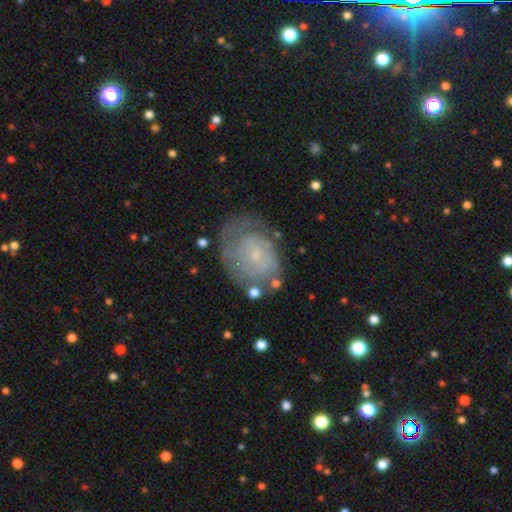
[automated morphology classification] Smooth or featured: featured or disk — 65% (smooth — 27%)
Edge-on disk: no — 97% (yes — 3%)
Bar: no — 76% (weak — 21%)
Spiral arms: yes — 78% (no — 22%)
Bulge size: small — 78% (moderate — 13%)
Merging: none — 56% (minor disturbance — 25%)